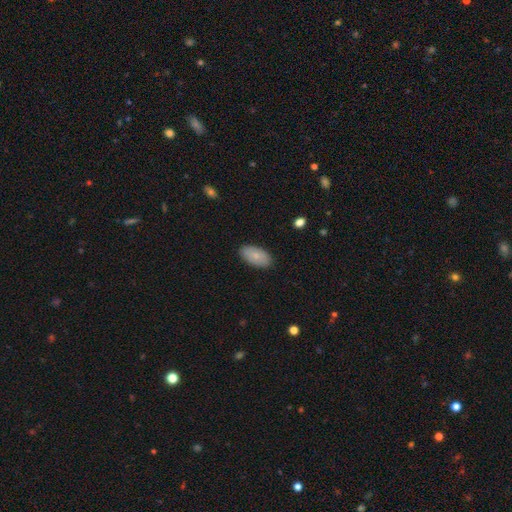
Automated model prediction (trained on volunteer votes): Smooth or featured? Predicted: smooth (p=0.79). How rounded? Predicted: in between (p=0.95). Merging? Predicted: none (p=0.87).